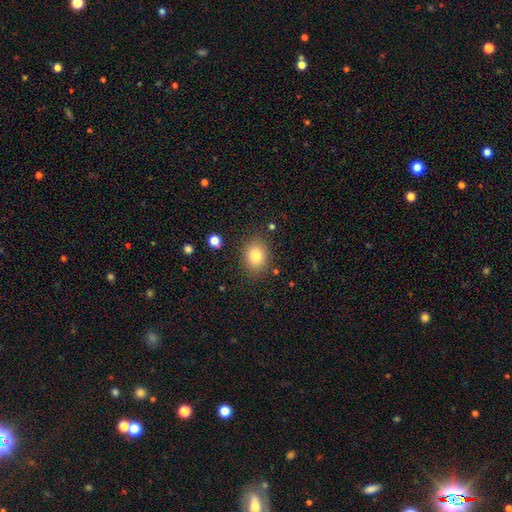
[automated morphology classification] This is clearly a smooth galaxy (82%). How rounded: possibly in between (55%). Merging: clearly none (83%).